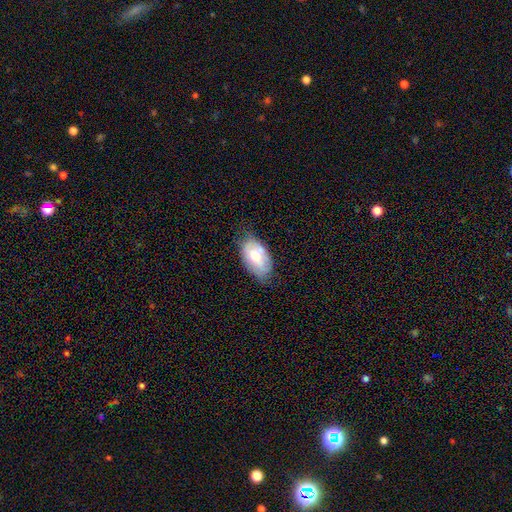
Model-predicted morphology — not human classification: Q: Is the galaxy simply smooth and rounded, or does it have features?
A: smooth — 67%.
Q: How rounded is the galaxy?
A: in between — 94%.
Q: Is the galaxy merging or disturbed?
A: none — 60%.